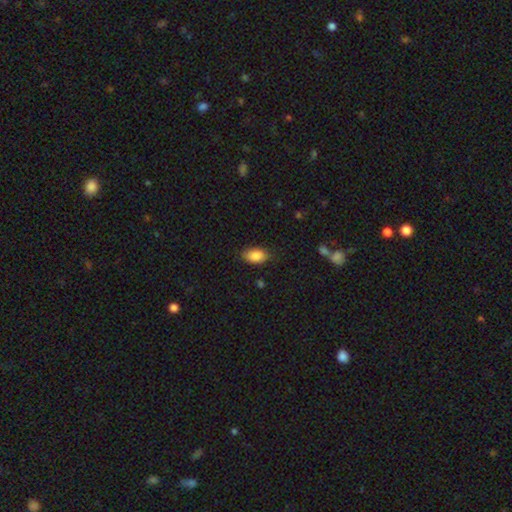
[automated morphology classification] A smooth galaxy with no disk features (86%) that is in between round and cigar-shaped (90%).

Vote fractions:
- Smooth or featured? smooth: 86% / star or artifact: 7% / featured or disk: 7%
- How rounded? in between: 90% / round: 8% / cigar-shaped: 2%
- Merging? none: 78% / minor disturbance: 18% / major disturbance: 3% / merger: 1%